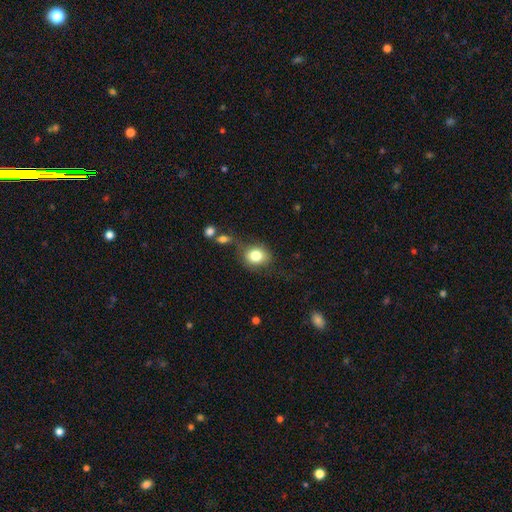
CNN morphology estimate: A smooth galaxy with no disk features (80%) that is round (60%).

Vote fractions:
- Smooth or featured? smooth: 80% / featured or disk: 11% / star or artifact: 10%
- How rounded? round: 60% / in between: 39% / cigar-shaped: 1%
- Merging? none: 62% / minor disturbance: 21% / major disturbance: 10% / merger: 8%